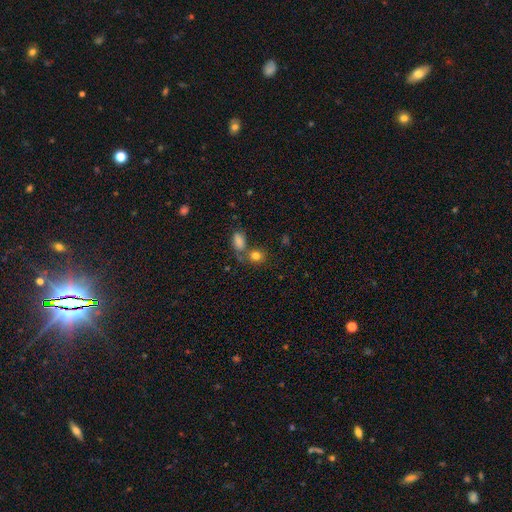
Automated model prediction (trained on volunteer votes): Smooth or featured: smooth — 81% (star or artifact — 11%)
How rounded: round — 64% (in between — 34%)
Merging: none — 52% (merger — 32%)